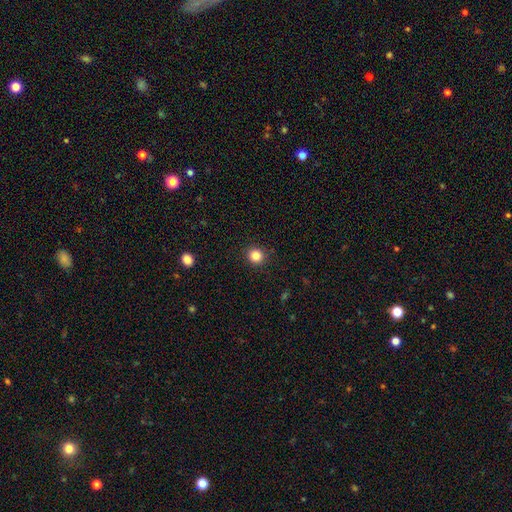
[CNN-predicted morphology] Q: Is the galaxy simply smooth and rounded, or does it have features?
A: smooth — 84%.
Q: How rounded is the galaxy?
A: round — 91%.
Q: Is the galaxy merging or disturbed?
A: none — 91%.